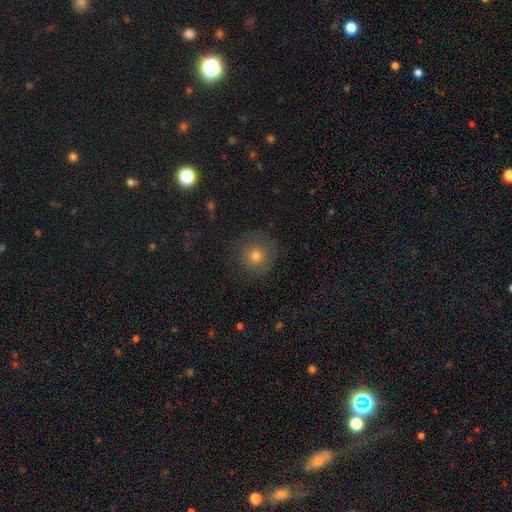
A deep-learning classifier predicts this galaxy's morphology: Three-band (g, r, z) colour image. It shows a smooth galaxy with no disk features (65%) that is round (94%). Merging: none (81%).